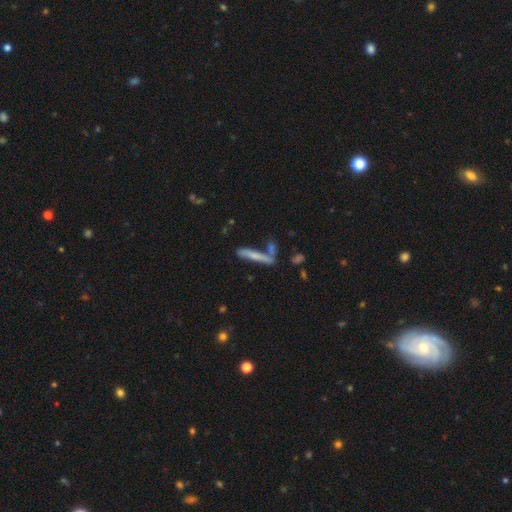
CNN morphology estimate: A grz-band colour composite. It shows a smooth galaxy with no disk features (59%) that is cigar-shaped (91%). Merging: none (63%).